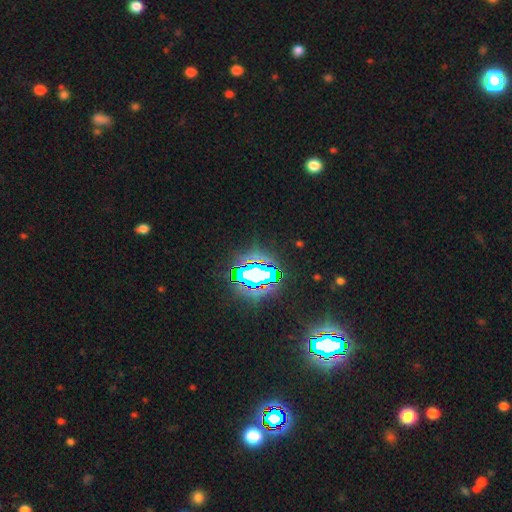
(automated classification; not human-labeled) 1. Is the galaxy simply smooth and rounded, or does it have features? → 83% star or artifact, 11% smooth, 7% featured or disk.